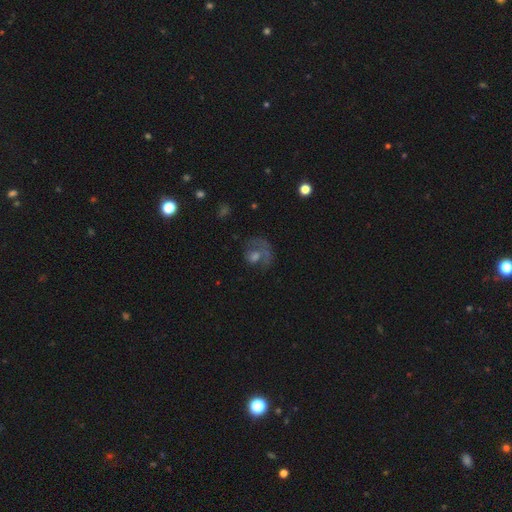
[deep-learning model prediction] Morphology: type=featured or disk (48%); merging=none (41%).